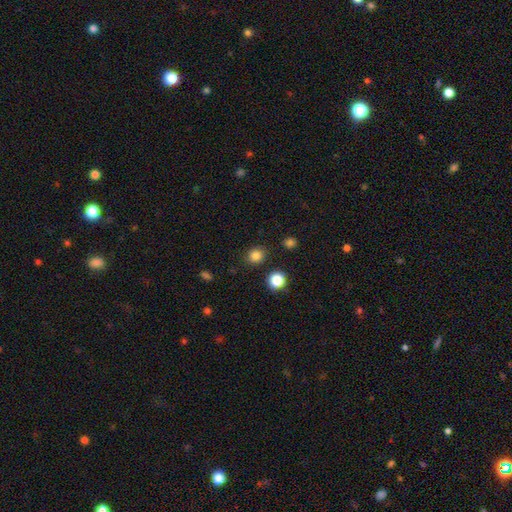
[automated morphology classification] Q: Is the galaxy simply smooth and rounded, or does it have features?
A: smooth — 83%.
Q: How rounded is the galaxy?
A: round — 82%.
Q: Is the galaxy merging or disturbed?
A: none — 86%.